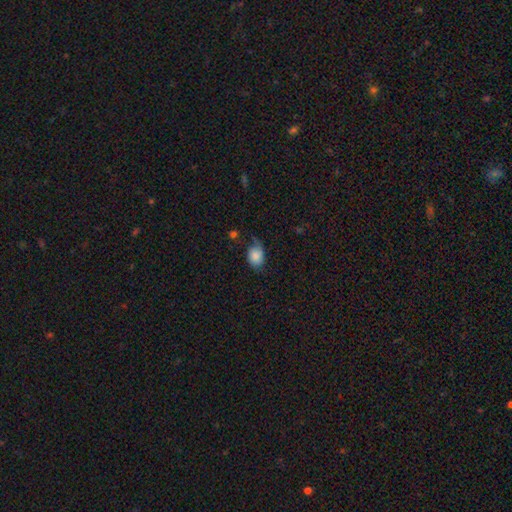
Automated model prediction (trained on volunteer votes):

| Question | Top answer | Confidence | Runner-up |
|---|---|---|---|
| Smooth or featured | smooth | 74% | featured or disk (18%) |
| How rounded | in between | 65% | round (33%) |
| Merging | none | 41% | minor disturbance (36%) |